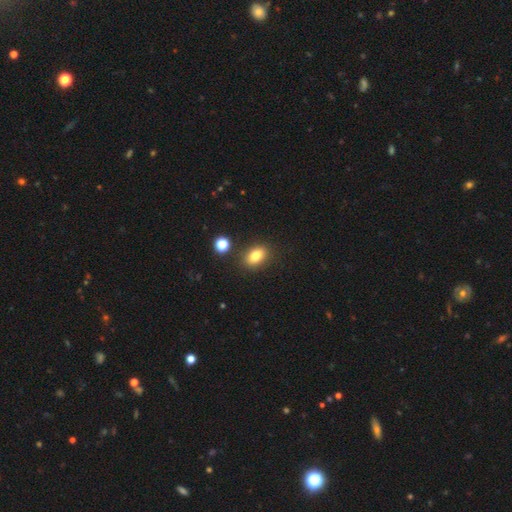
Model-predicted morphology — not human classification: type=smooth (81%); roundness=in between (83%); merging=none (84%).